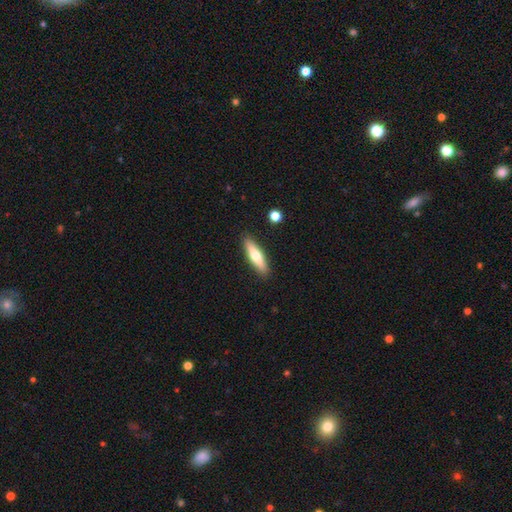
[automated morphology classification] Overall: smooth (57%; featured or disk 37%). How rounded: cigar-shaped (72%). Merging: none (90%).